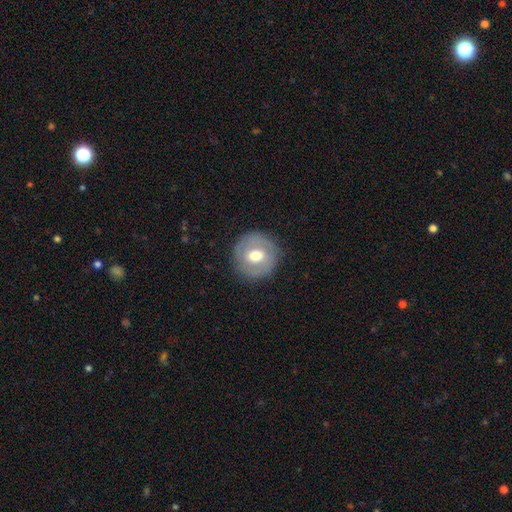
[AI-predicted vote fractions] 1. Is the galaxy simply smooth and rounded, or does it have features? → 50% smooth, 43% featured or disk, 7% star or artifact.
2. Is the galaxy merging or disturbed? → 86% none, 10% minor disturbance, 4% major disturbance, 1% merger.